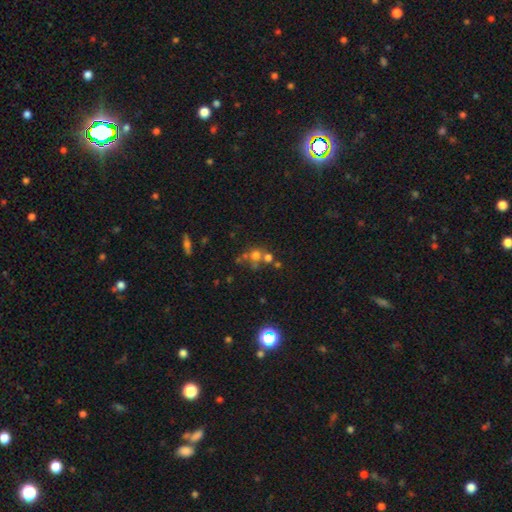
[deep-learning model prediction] Smooth or featured? Predicted: smooth (p=0.57). How rounded? Predicted: round (p=0.83). Merging? Predicted: none (p=0.48).